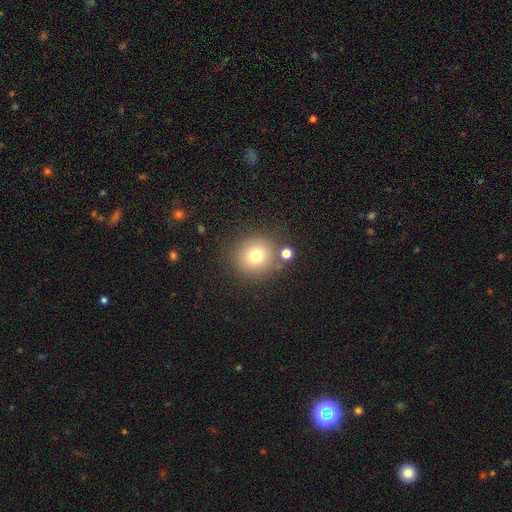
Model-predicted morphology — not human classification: Q: Smooth or featured?
A: smooth (76%); runner-up: star or artifact (13%)
Q: How rounded?
A: round (92%); runner-up: in between (7%)
Q: Merging?
A: none (78%); runner-up: minor disturbance (10%)